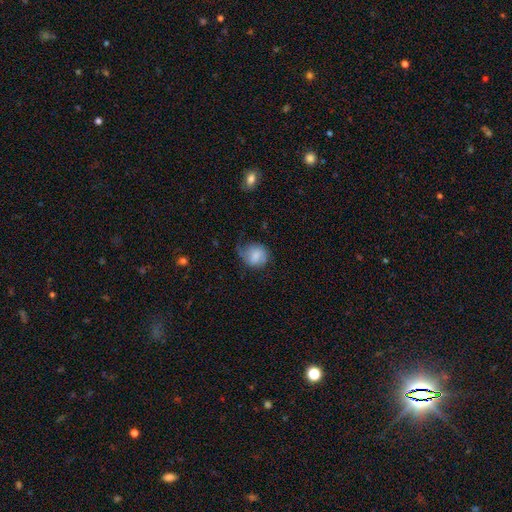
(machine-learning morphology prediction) smooth_or_featured: smooth (p=0.68) [alt: featured or disk p=0.24]
how_rounded: round (p=0.68) [alt: in between p=0.31]
merging: none (p=0.42) [alt: minor disturbance p=0.37]